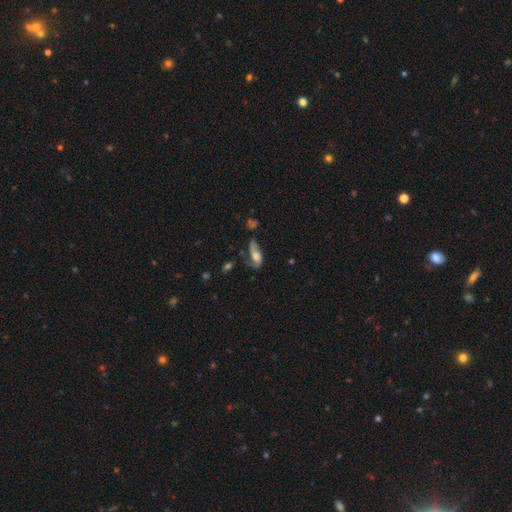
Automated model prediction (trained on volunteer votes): Morphology: type=featured or disk (51%); edge-on=no (86%); merging=none (40%).